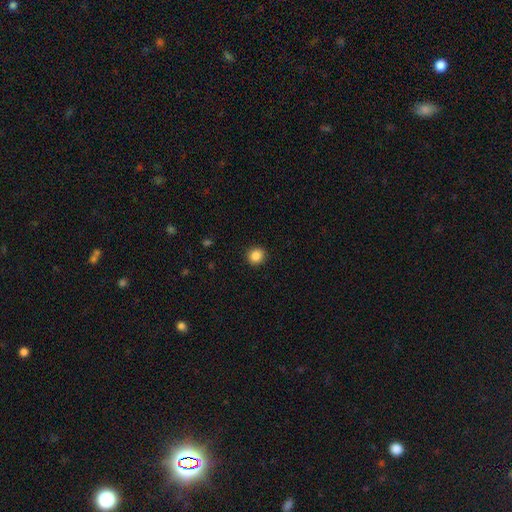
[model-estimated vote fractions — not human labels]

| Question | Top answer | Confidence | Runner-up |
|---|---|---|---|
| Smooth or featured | smooth | 85% | star or artifact (10%) |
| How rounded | round | 90% | in between (9%) |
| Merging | none | 93% | minor disturbance (5%) |